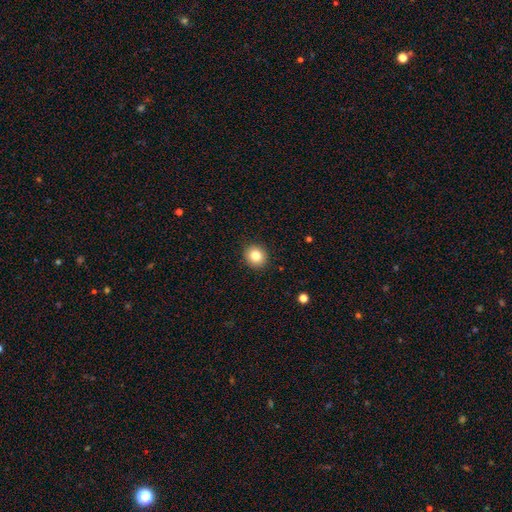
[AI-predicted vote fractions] This is clearly a smooth galaxy (82%). How rounded: clearly round (89%). Merging: clearly none (92%).